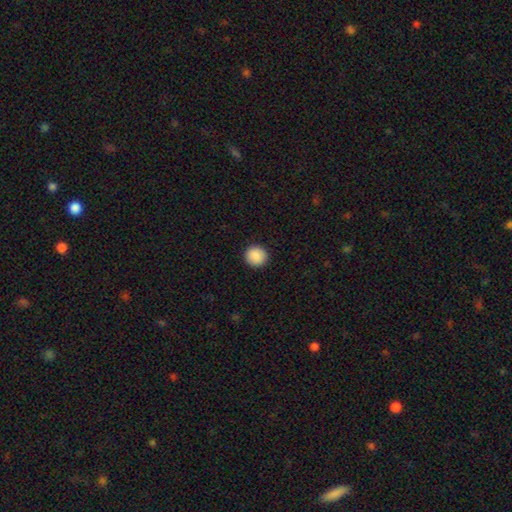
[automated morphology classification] Smooth or featured? Predicted: smooth (p=0.90). How rounded? Predicted: round (p=0.92). Merging? Predicted: none (p=0.93).